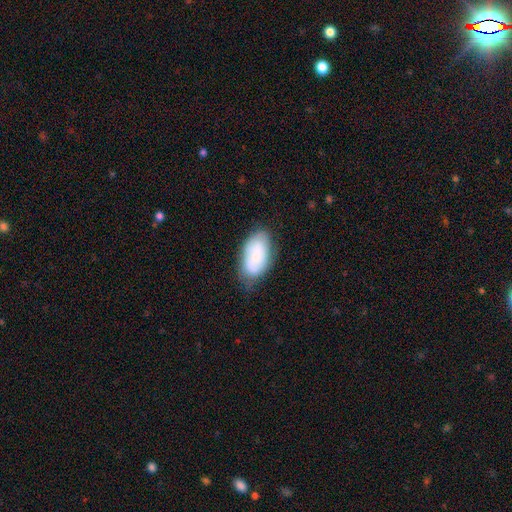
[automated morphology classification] type=smooth (74%); roundness=in between (94%); merging=none (65%).